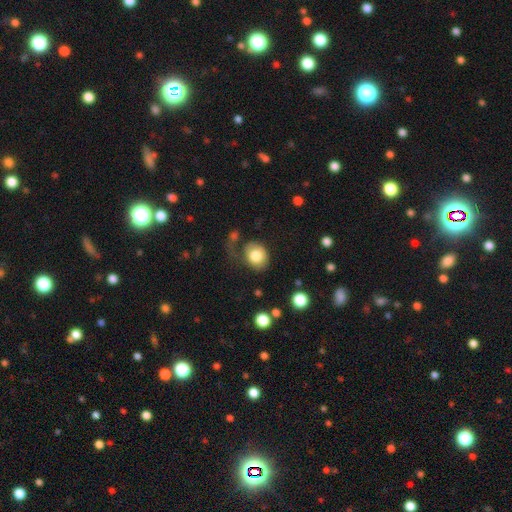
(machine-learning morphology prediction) A smooth galaxy with no disk features (78%) that is round (57%). Merging: none (49%).